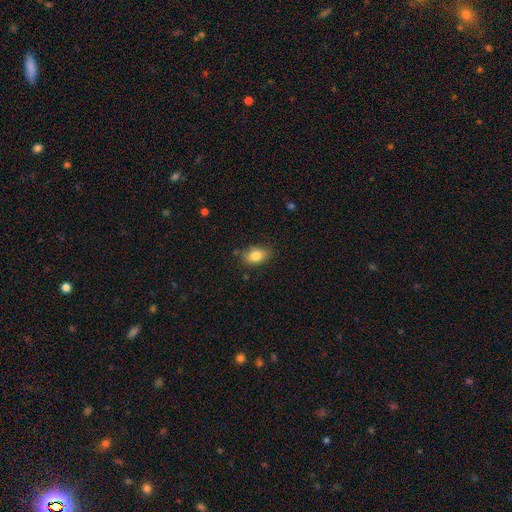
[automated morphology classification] Smooth or featured?
  - smooth: 83% *
  - star or artifact: 8%
  - featured or disk: 8%
How rounded?
  - in between: 82% *
  - round: 16%
  - cigar-shaped: 2%
Merging?
  - none: 78% *
  - minor disturbance: 17%
  - major disturbance: 3%
  - merger: 2%